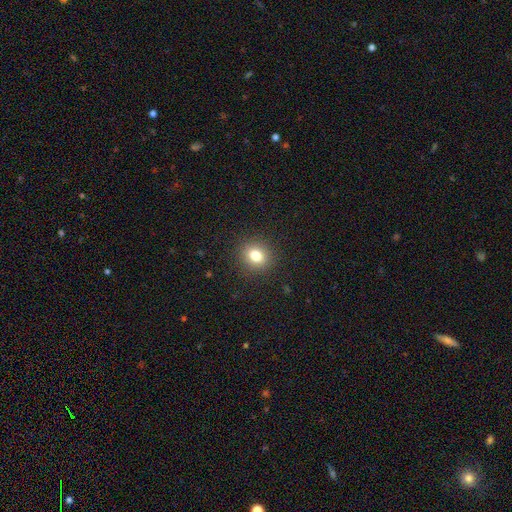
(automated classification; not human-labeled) A smooth galaxy with no disk features (80%) that is round (78%).

Vote fractions:
- Smooth or featured? smooth: 80% / star or artifact: 12% / featured or disk: 8%
- How rounded? round: 78% / in between: 21% / cigar-shaped: 1%
- Merging? none: 90% / minor disturbance: 6% / major disturbance: 3% / merger: 1%